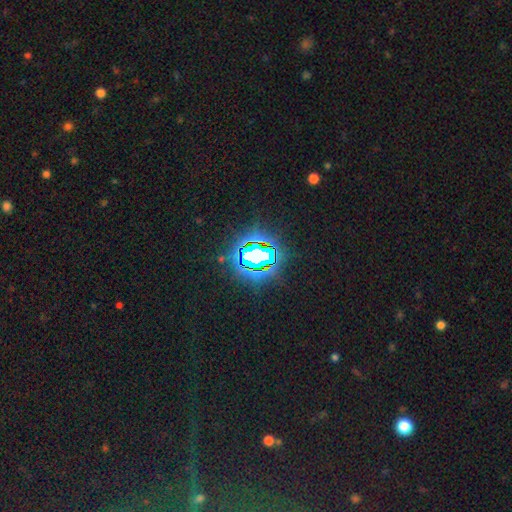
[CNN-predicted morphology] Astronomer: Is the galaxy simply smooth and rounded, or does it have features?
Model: star or artifact — 76%.